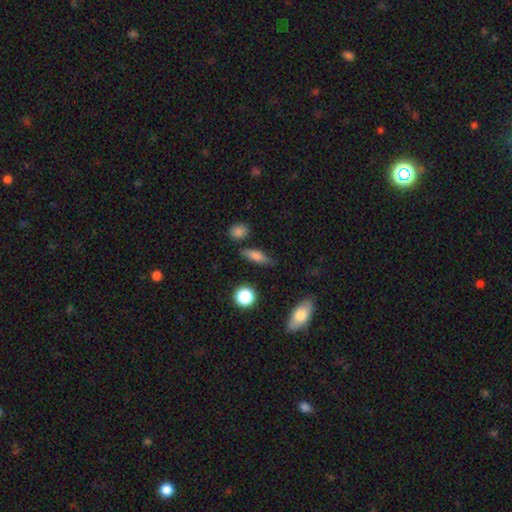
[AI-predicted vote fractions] Smooth or featured? Predicted: smooth (p=0.70). How rounded? Predicted: cigar-shaped (p=0.48). Merging? Predicted: none (p=0.77).